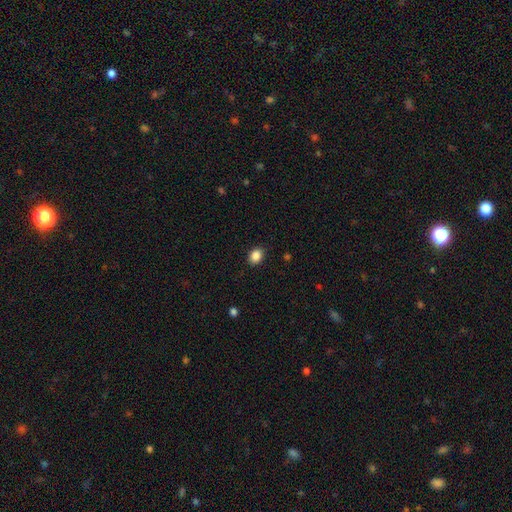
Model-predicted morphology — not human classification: Overall: smooth (87%). How rounded: in between (63%; round 36%). Merging: none (89%).